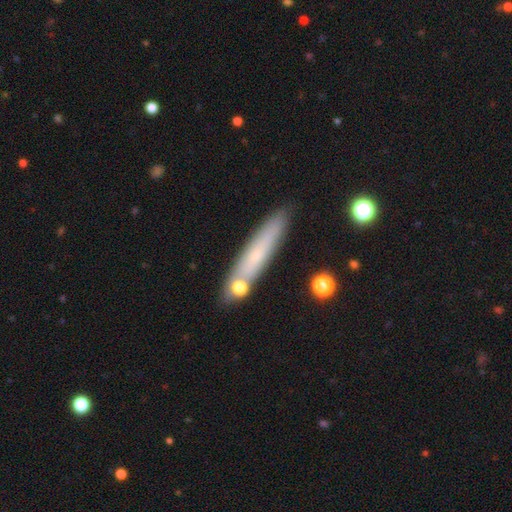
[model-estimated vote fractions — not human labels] Q: Smooth or featured?
A: smooth (59%); runner-up: featured or disk (33%)
Q: How rounded?
A: cigar-shaped (89%); runner-up: in between (9%)
Q: Merging?
A: none (79%); runner-up: minor disturbance (12%)